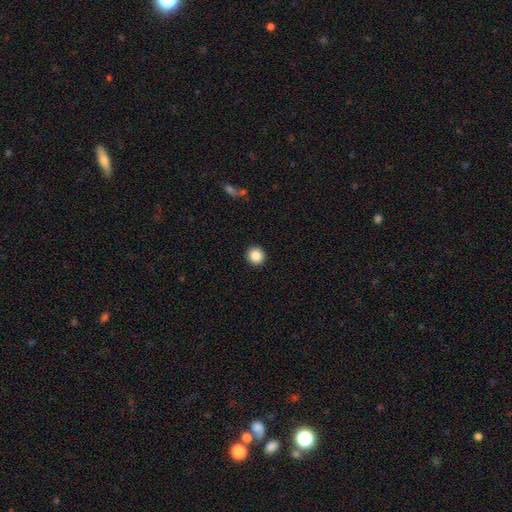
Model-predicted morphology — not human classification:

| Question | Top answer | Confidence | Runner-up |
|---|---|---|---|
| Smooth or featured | smooth | 88% | star or artifact (9%) |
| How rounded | round | 94% | in between (5%) |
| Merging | none | 93% | minor disturbance (4%) |